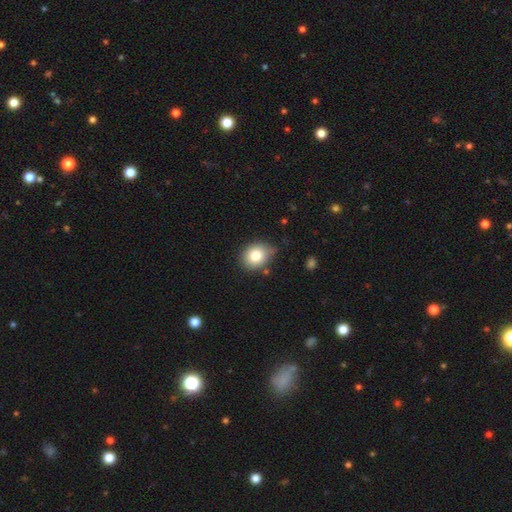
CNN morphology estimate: Overall: smooth (81%). How rounded: round (55%; in between 44%). Merging: none (72%).